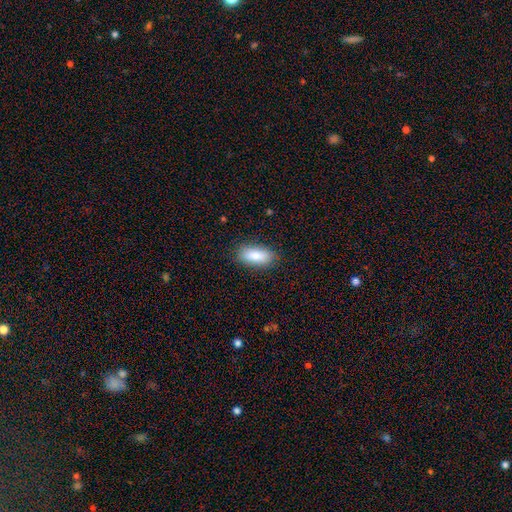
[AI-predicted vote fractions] Smooth or featured? Predicted: smooth (p=0.85). How rounded? Predicted: in between (p=0.83). Merging? Predicted: none (p=0.85).